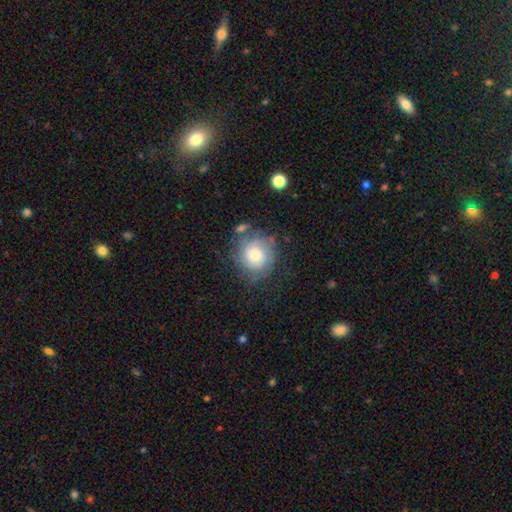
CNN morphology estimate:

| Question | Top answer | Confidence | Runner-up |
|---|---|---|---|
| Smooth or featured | featured or disk | 48% | smooth (43%) |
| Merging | none | 62% | minor disturbance (21%) |